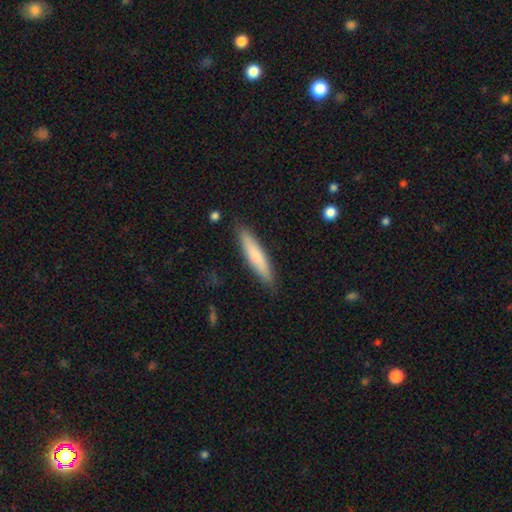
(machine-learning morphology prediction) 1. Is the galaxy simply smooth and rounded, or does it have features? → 75% smooth, 20% featured or disk, 5% star or artifact.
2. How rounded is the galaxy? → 87% cigar-shaped, 11% in between, 1% round.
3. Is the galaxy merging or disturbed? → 88% none, 9% minor disturbance, 2% major disturbance, 1% merger.